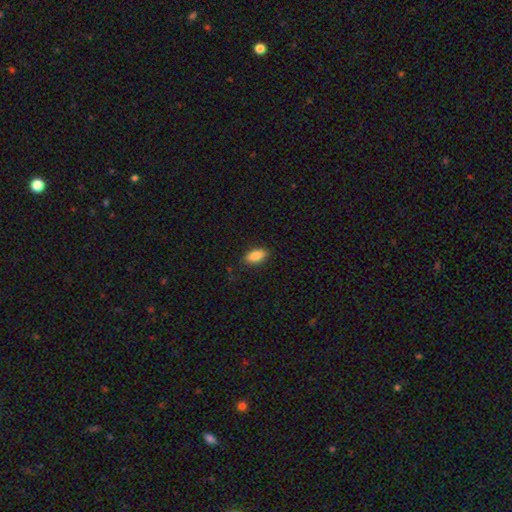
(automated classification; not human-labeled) This is clearly a smooth galaxy (88%). How rounded: clearly in between (91%). Merging: clearly none (85%).